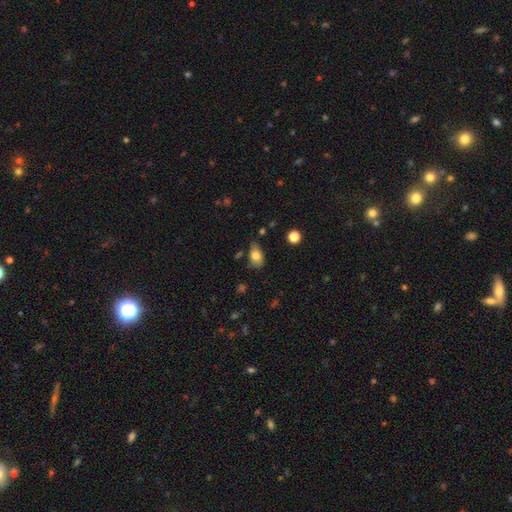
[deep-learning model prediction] Morphology: type=smooth (79%); roundness=in between (86%); merging=none (63%).